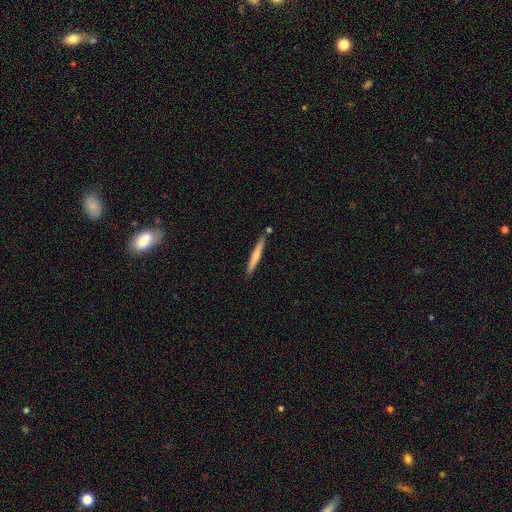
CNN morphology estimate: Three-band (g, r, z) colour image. It shows a smooth galaxy with no disk features (59%) that is cigar-shaped (96%). Merging: none (82%).